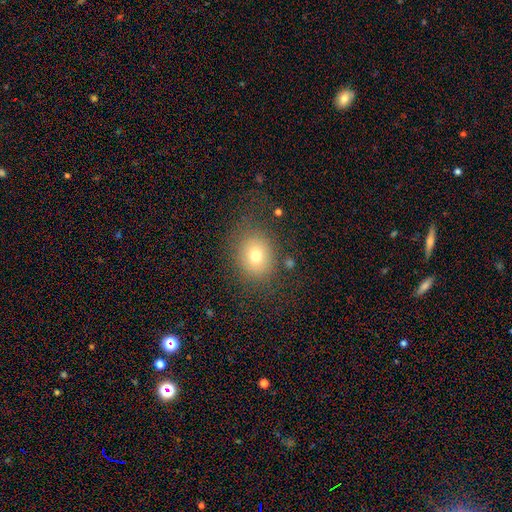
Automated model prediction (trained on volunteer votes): Overall: smooth (72%). How rounded: round (58%; in between 41%). Merging: none (74%).